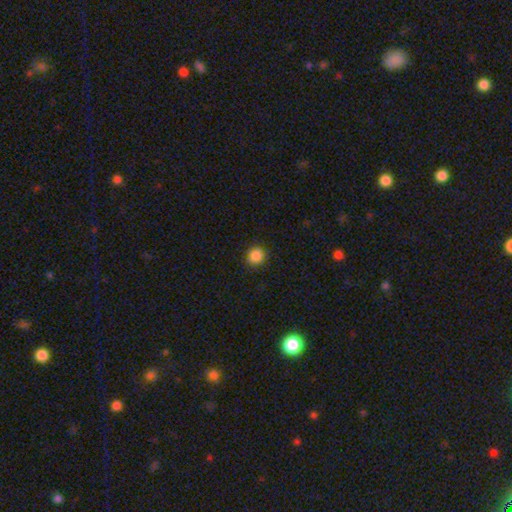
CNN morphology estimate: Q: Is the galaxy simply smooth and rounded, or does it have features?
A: smooth — 87%.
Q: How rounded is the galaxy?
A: round — 88%.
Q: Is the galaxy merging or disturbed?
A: none — 88%.